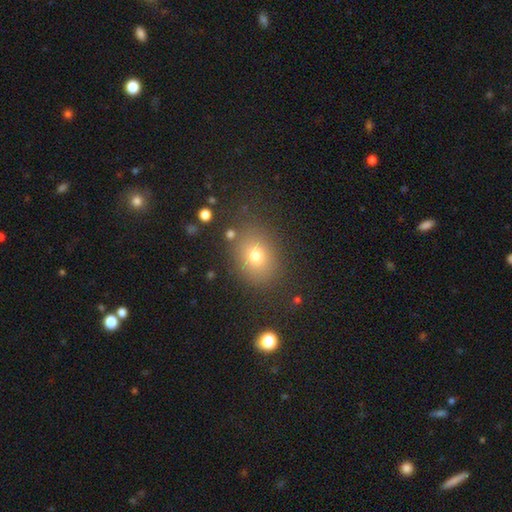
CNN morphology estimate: smooth 73%, star or artifact 16%, featured or disk 11%. Down the decision tree: how rounded — in between (54%); merging — none (80%).